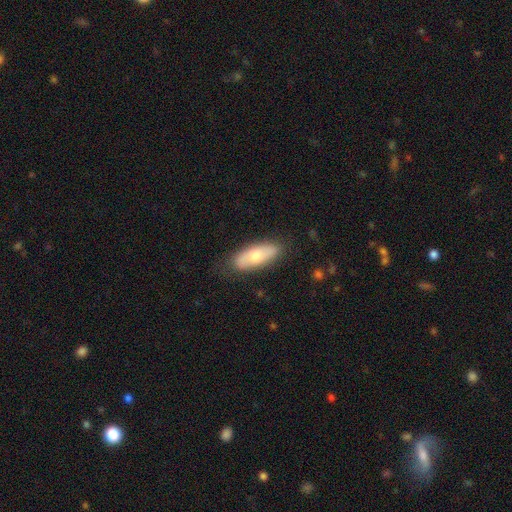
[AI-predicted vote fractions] This appears to be a smooth galaxy with no disk features (66%) that is in between round and cigar-shaped (75%). Merging: none (81%).